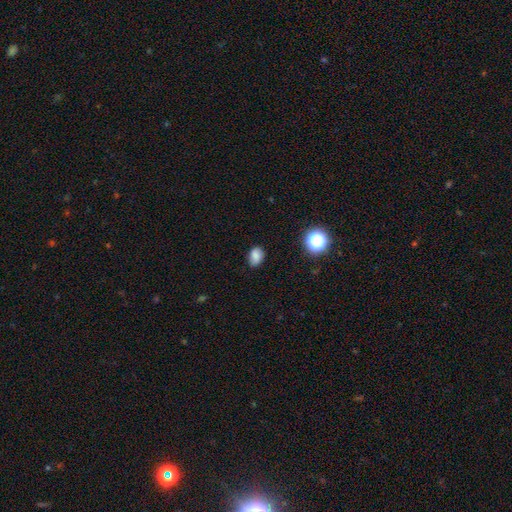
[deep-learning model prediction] Overall: smooth (80%). How rounded: in between (73%). Merging: none (76%).